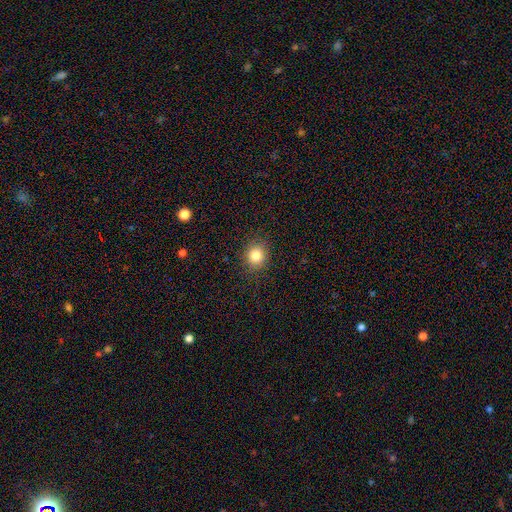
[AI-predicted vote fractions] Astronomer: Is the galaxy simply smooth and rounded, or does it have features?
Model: smooth — 83%.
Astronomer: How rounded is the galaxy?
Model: round — 78%.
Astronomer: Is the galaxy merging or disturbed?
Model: none — 88%.